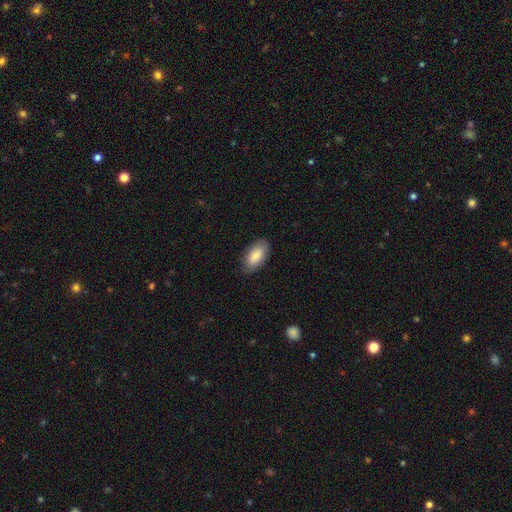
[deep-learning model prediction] Smooth or featured? Predicted: smooth (p=0.80). How rounded? Predicted: in between (p=0.93). Merging? Predicted: none (p=0.82).